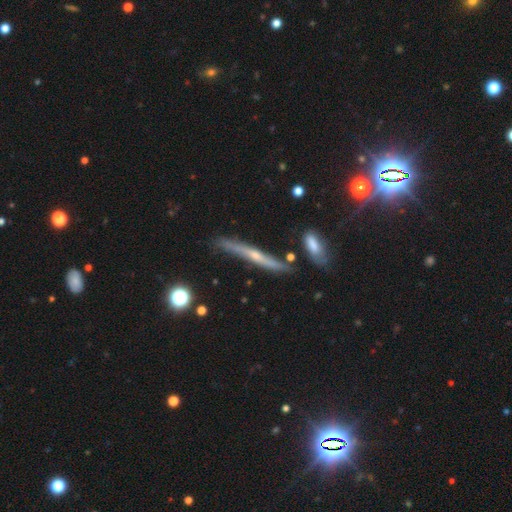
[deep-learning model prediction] featured or disk 68%, smooth 22%, star or artifact 10%. Down the decision tree: edge-on disk — yes (93%); edge-on bulge — rounded (69%); merging — none (78%).